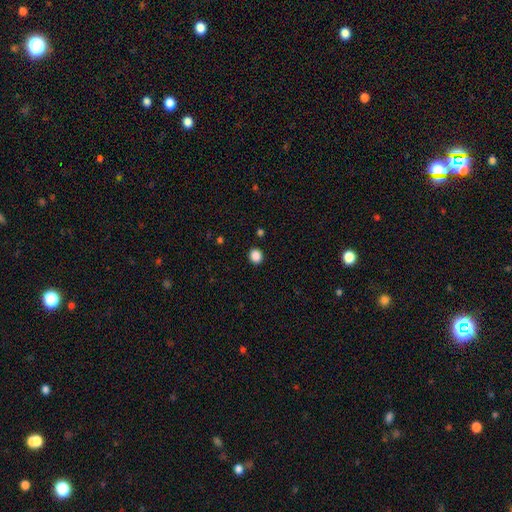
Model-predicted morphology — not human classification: smooth-or-featured: smooth: 87% | star or artifact: 10% | featured or disk: 3%
  how-rounded: round: 81% | in between: 19% | cigar-shaped: 1%
  merging: none: 91% | minor disturbance: 6% | major disturbance: 2% | merger: 1%